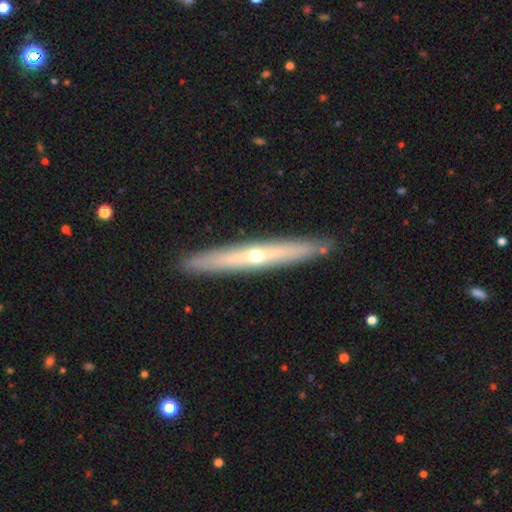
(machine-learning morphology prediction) Smooth or featured? Predicted: featured or disk (p=0.67). Edge-on disk? Predicted: yes (p=0.93). Edge-on bulge? Predicted: rounded (p=0.77). Merging? Predicted: none (p=0.90).